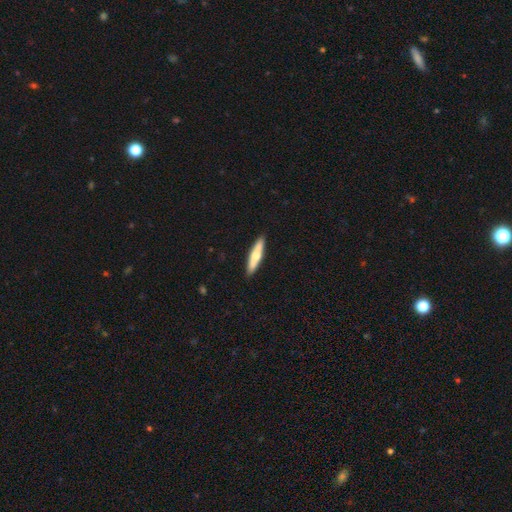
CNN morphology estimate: Smooth or featured? smooth (54%)
How rounded? cigar-shaped (86%)
Merging? none (91%)